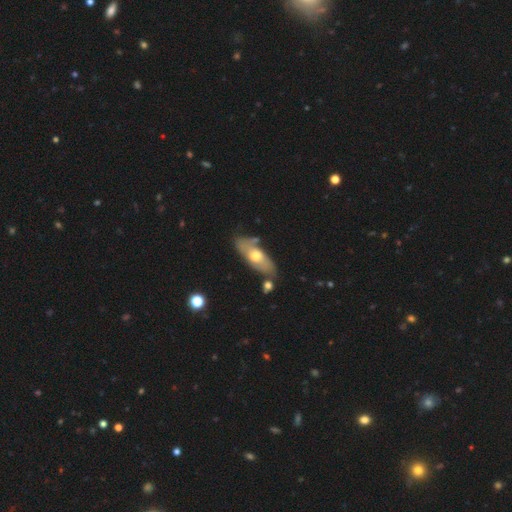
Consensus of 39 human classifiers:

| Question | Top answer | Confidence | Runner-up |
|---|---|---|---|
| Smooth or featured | smooth | 51% | featured or disk (44%) |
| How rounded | in between | 70% | cigar-shaped (20%) |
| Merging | none | 81% | minor disturbance (8%) |